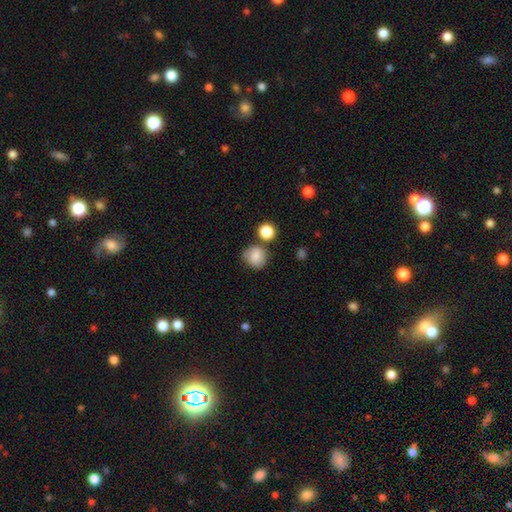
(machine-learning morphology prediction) The model was most divided on "merging": none: 68%, minor disturbance: 17%, merger: 10%, major disturbance: 5%. More confident: how rounded — round (84%); smooth or featured — smooth (83%).